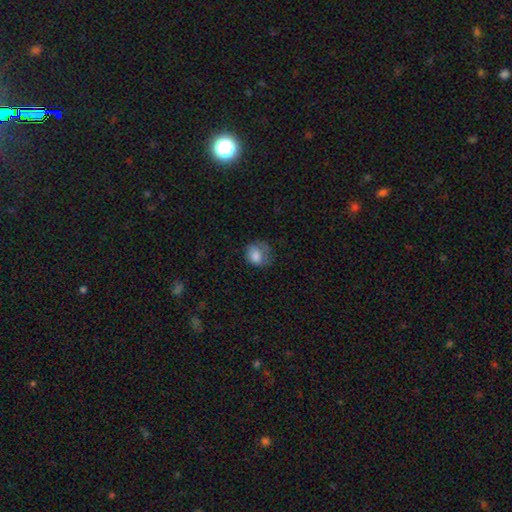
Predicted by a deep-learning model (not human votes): A smooth galaxy with no disk features (78%) that is round (61%).

Vote fractions:
- Smooth or featured? smooth: 78% / featured or disk: 14% / star or artifact: 9%
- How rounded? round: 61% / in between: 38% / cigar-shaped: 1%
- Merging? none: 42% / minor disturbance: 31% / major disturbance: 25% / merger: 2%